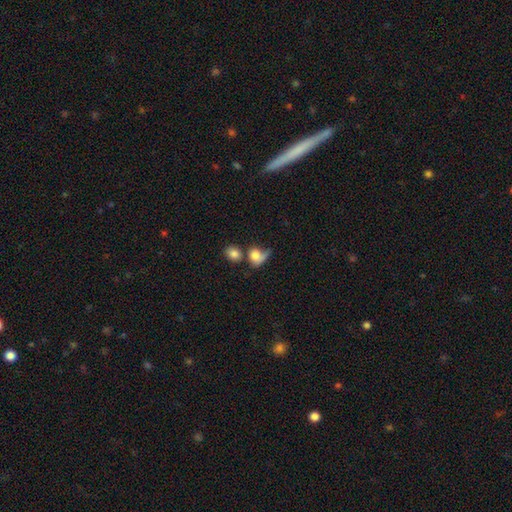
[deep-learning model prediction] smooth_or_featured: smooth (p=0.74) [alt: featured or disk p=0.17]
how_rounded: round (p=0.60) [alt: in between p=0.38]
merging: merger (p=0.33) [alt: none p=0.25]